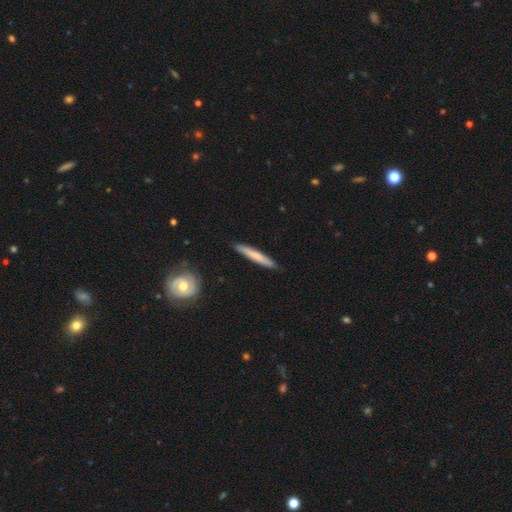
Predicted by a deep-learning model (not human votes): Overall: smooth (66%; featured or disk 29%). How rounded: cigar-shaped (95%). Merging: none (89%).